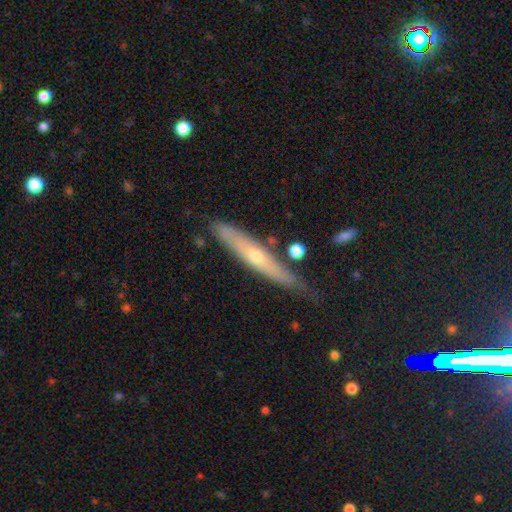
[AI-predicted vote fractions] The model was most divided on "smooth or featured": featured or disk: 54%, smooth: 40%, star or artifact: 6%. More confident: edge-on disk — yes (80%); merging — none (71%).